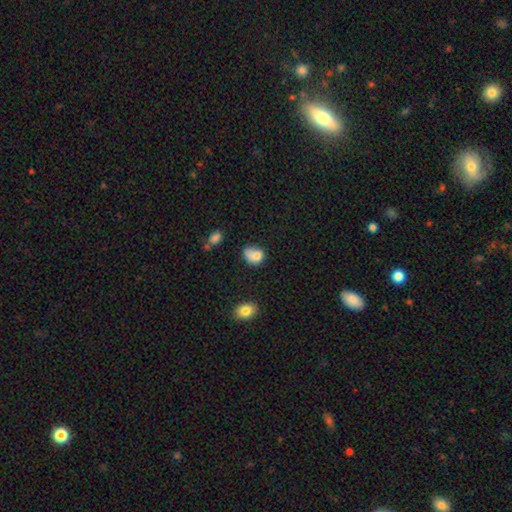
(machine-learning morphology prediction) Q: Smooth or featured?
A: smooth (78%); runner-up: featured or disk (12%)
Q: How rounded?
A: in between (51%); runner-up: round (48%)
Q: Merging?
A: none (37%); runner-up: minor disturbance (31%)